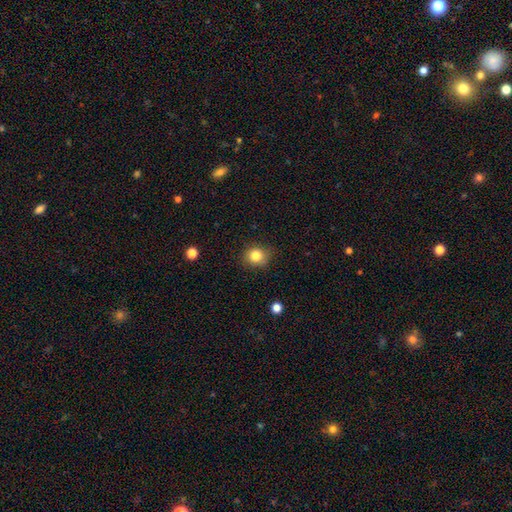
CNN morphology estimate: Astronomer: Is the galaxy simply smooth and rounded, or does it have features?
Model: smooth — 83%.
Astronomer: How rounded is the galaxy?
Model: round — 81%.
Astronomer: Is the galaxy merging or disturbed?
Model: none — 83%.